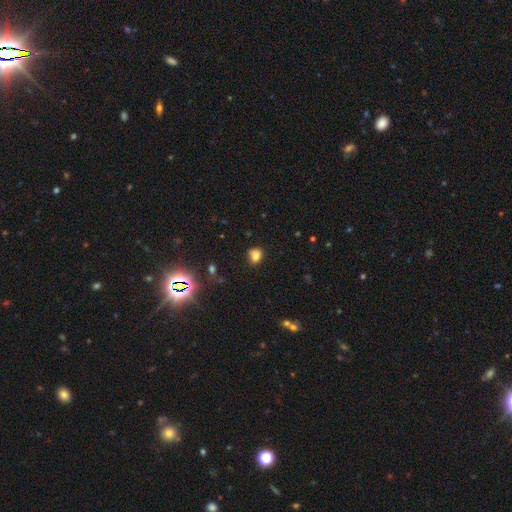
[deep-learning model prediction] Smooth or featured: smooth — 78% (star or artifact — 15%)
How rounded: round — 59% (in between — 39%)
Merging: none — 72% (minor disturbance — 18%)